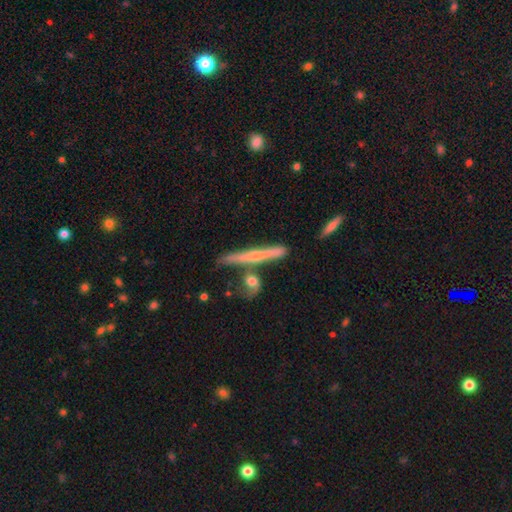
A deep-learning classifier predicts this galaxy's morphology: Smooth or featured? Predicted: featured or disk (p=0.61). Edge-on disk? Predicted: yes (p=0.95). Edge-on bulge? Predicted: rounded (p=0.57). Merging? Predicted: none (p=0.74).